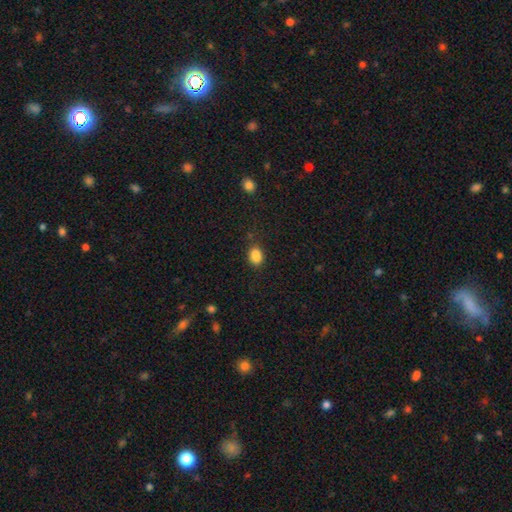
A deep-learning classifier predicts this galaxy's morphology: Smooth or featured? Predicted: smooth (p=0.85). How rounded? Predicted: in between (p=0.69). Merging? Predicted: none (p=0.73).